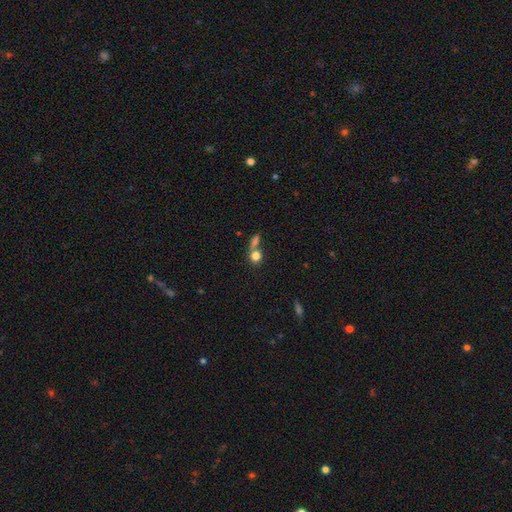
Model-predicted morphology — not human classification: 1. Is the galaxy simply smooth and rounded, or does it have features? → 79% smooth, 11% star or artifact, 10% featured or disk.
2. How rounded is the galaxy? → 74% round, 23% in between, 3% cigar-shaped.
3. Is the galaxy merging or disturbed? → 45% merger, 41% none, 8% minor disturbance, 6% major disturbance.